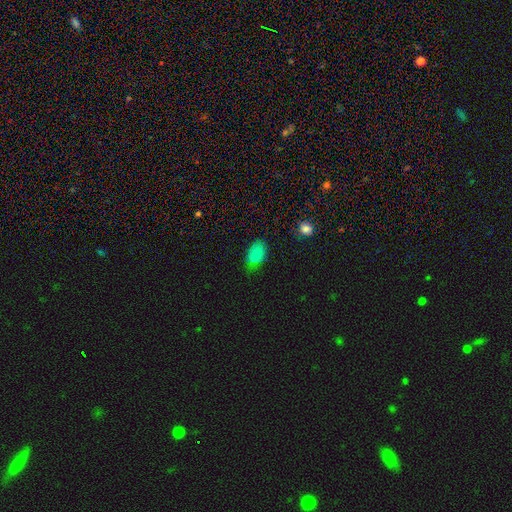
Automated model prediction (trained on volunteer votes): Morphology: type=smooth (80%); roundness=in between (89%); merging=none (61%).